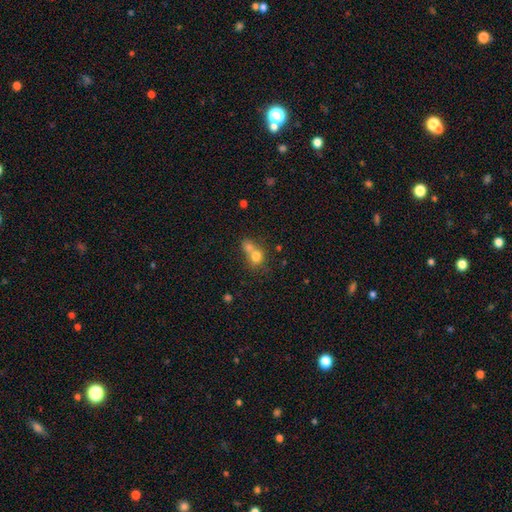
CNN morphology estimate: smooth-or-featured: smooth: 74% | featured or disk: 14% | star or artifact: 12%
  how-rounded: round: 68% | in between: 30% | cigar-shaped: 1%
  merging: merger: 59% | none: 28% | minor disturbance: 8% | major disturbance: 5%